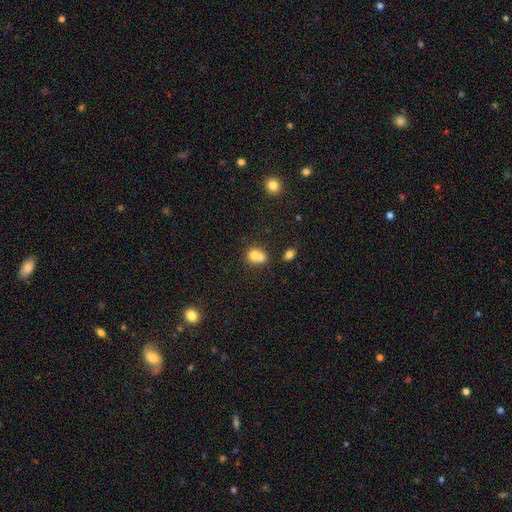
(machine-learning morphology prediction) Q: Smooth or featured?
A: smooth (73%); runner-up: featured or disk (16%)
Q: How rounded?
A: round (62%); runner-up: in between (37%)
Q: Merging?
A: merger (62%); runner-up: none (27%)